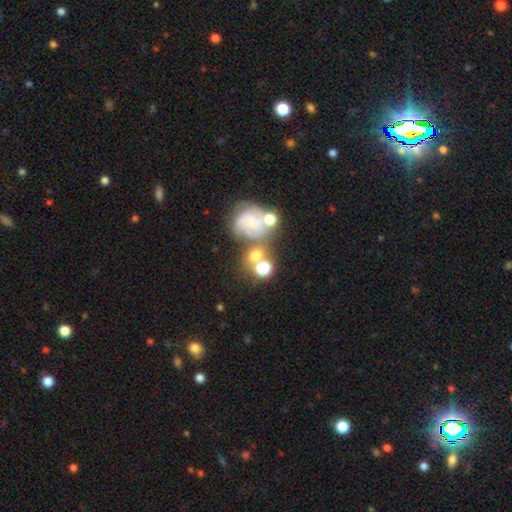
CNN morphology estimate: Smooth or featured: smooth — 47% (featured or disk — 34%)
Merging: none — 46% (merger — 31%)